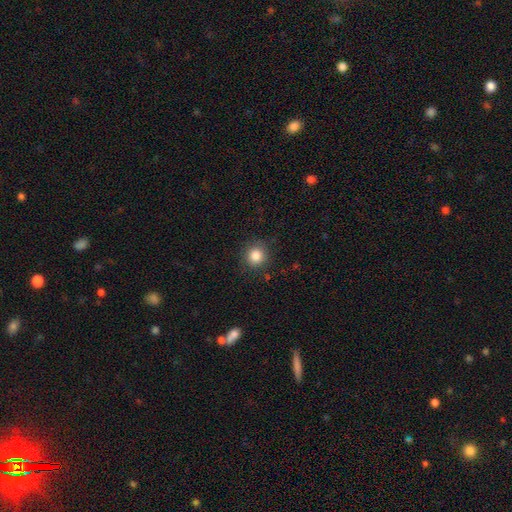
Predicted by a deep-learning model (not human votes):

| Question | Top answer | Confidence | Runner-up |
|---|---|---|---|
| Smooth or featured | smooth | 84% | star or artifact (10%) |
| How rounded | round | 91% | in between (8%) |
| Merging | none | 87% | minor disturbance (9%) |